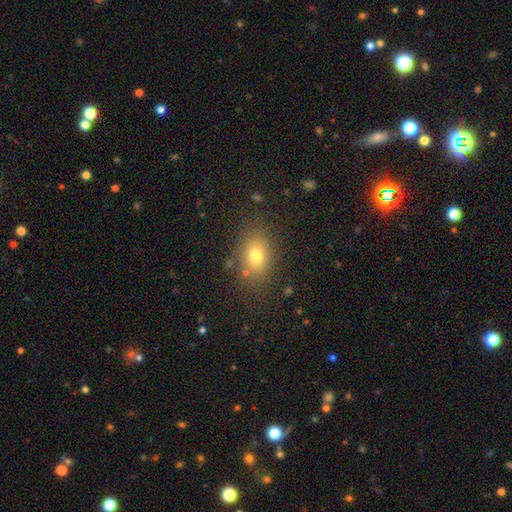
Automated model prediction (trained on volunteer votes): smooth 76%, star or artifact 13%, featured or disk 12%. Down the decision tree: how rounded — in between (75%); merging — none (80%).